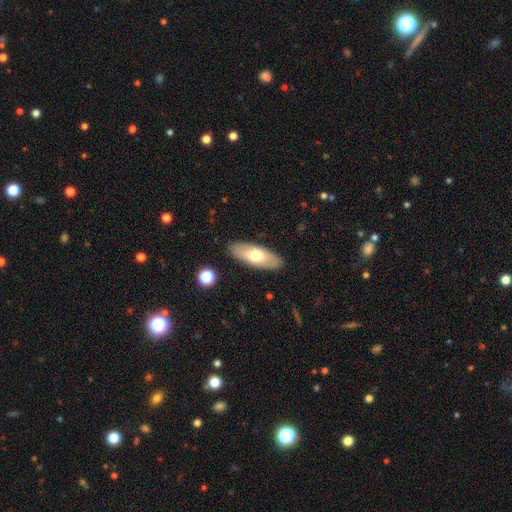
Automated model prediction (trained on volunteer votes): Smooth or featured? smooth (64%)
How rounded? in between (74%)
Merging? none (88%)